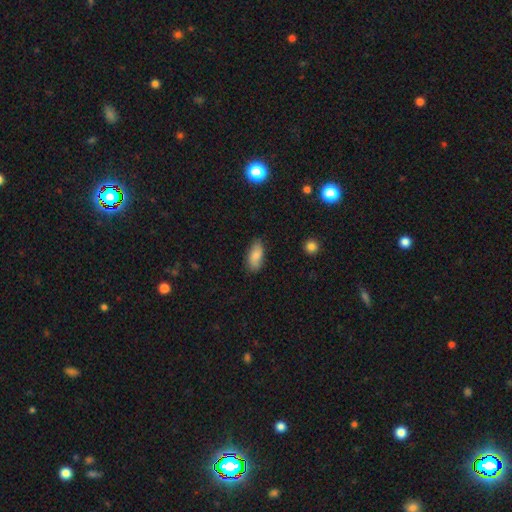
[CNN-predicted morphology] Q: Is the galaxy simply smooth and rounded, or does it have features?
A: smooth — 80%.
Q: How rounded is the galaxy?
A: in between — 89%.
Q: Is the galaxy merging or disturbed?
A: none — 80%.